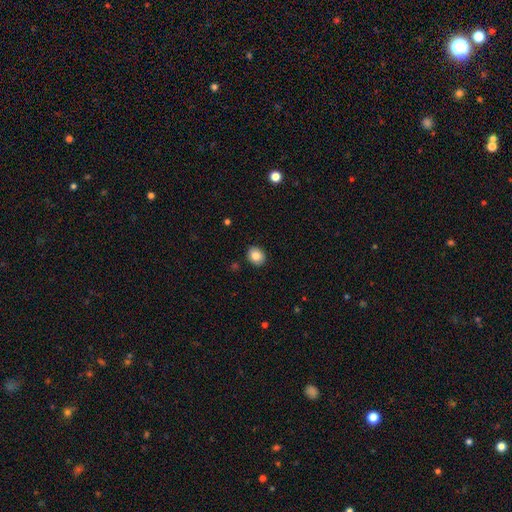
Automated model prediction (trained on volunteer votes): smooth_or_featured: smooth (p=0.85) [alt: star or artifact p=0.08]
how_rounded: round (p=0.54) [alt: in between p=0.45]
merging: none (p=0.89) [alt: minor disturbance p=0.08]